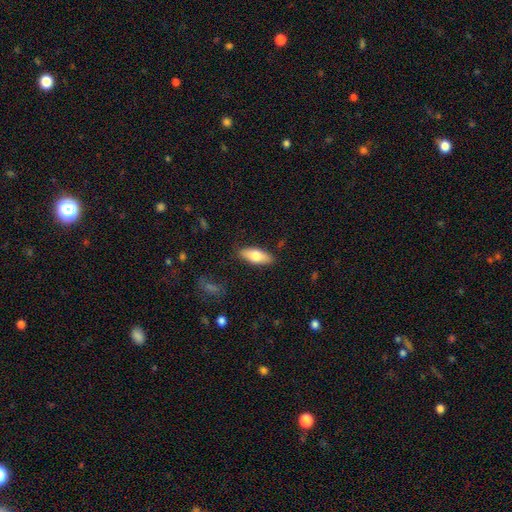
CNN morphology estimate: smooth_or_featured: smooth (p=0.71) [alt: featured or disk p=0.23]
how_rounded: in between (p=0.75) [alt: cigar-shaped p=0.22]
merging: none (p=0.86) [alt: minor disturbance p=0.10]